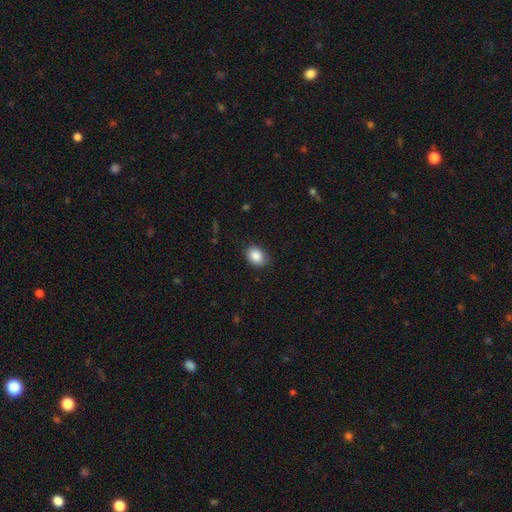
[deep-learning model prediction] A smooth galaxy with no disk features (88%) that is in between round and cigar-shaped (68%). Merging: none (80%).